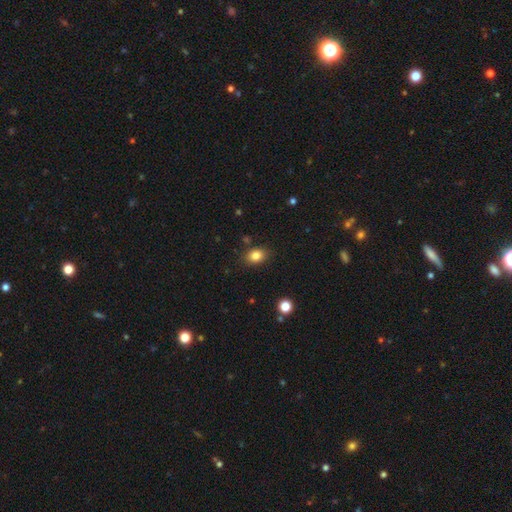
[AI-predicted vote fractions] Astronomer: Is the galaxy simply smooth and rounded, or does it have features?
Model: smooth — 83%.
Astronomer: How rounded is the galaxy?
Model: in between — 68%.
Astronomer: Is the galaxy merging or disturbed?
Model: none — 84%.